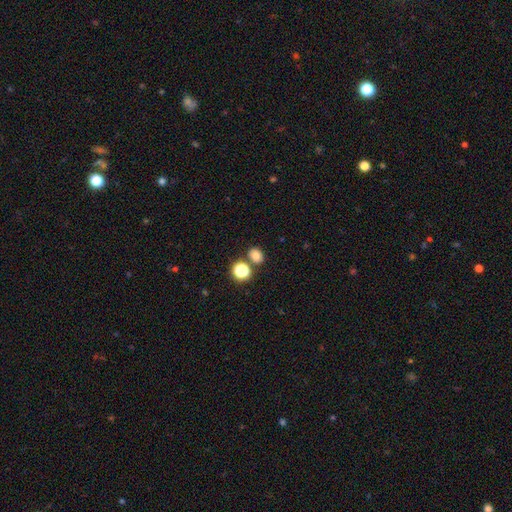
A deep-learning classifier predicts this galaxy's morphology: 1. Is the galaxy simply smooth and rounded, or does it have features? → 79% smooth, 16% star or artifact, 5% featured or disk.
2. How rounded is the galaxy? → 53% round, 46% in between, 1% cigar-shaped.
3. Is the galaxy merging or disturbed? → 74% none, 14% merger, 9% minor disturbance, 3% major disturbance.